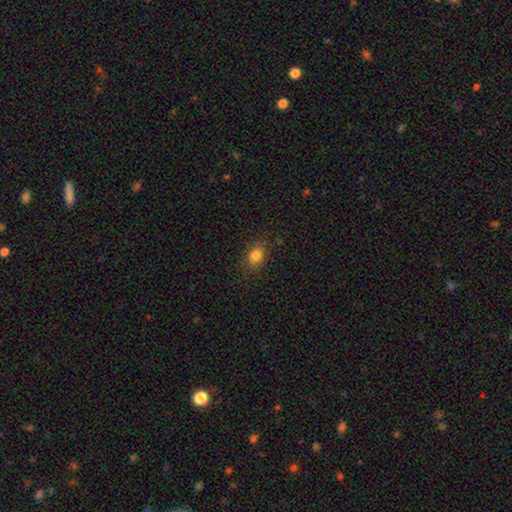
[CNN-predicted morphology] Smooth or featured? Predicted: smooth (p=0.82). How rounded? Predicted: in between (p=0.54). Merging? Predicted: none (p=0.84).